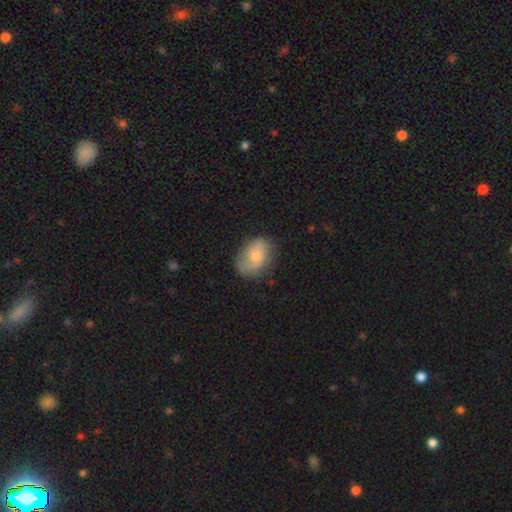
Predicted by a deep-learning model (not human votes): Smooth or featured: smooth — 53% (featured or disk — 39%)
How rounded: in between — 69% (round — 30%)
Merging: none — 65% (minor disturbance — 24%)